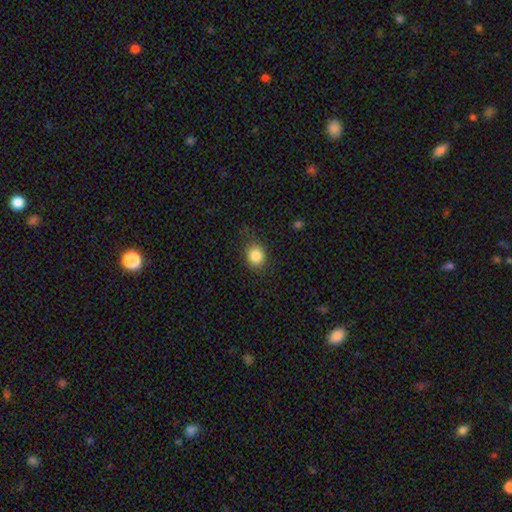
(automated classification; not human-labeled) smooth_or_featured: smooth (p=0.85) [alt: star or artifact p=0.10]
how_rounded: round (p=0.72) [alt: in between p=0.27]
merging: none (p=0.74) [alt: minor disturbance p=0.18]